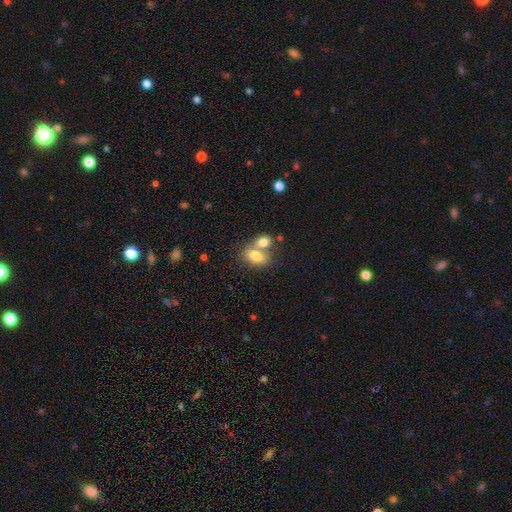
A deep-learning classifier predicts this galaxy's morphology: A smooth galaxy with no disk features (79%) that is in between round and cigar-shaped (83%).

Vote fractions:
- Smooth or featured? smooth: 79% / featured or disk: 14% / star or artifact: 8%
- How rounded? in between: 83% / round: 15% / cigar-shaped: 2%
- Merging? merger: 57% / none: 32% / minor disturbance: 8% / major disturbance: 4%